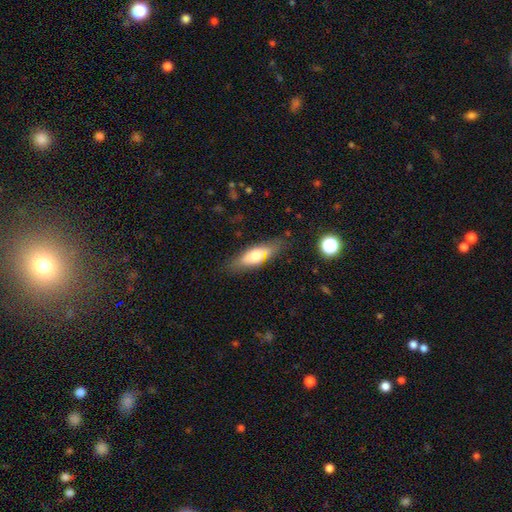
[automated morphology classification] The model was most divided on "how rounded": in between: 60%, cigar-shaped: 37%, round: 3%. More confident: merging — none (74%); smooth or featured — smooth (58%).